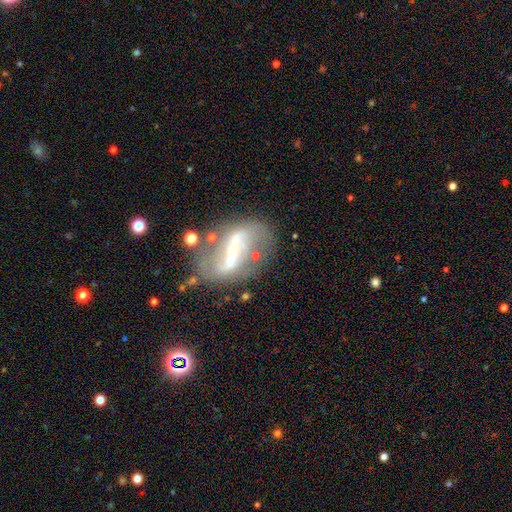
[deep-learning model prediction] This appears to be a featured or disk galaxy (83%) with a strong bar (63%), 2 (88%) loose (69%) spiral arms (83%) and a small central bulge (71%). Merging: none (65%).